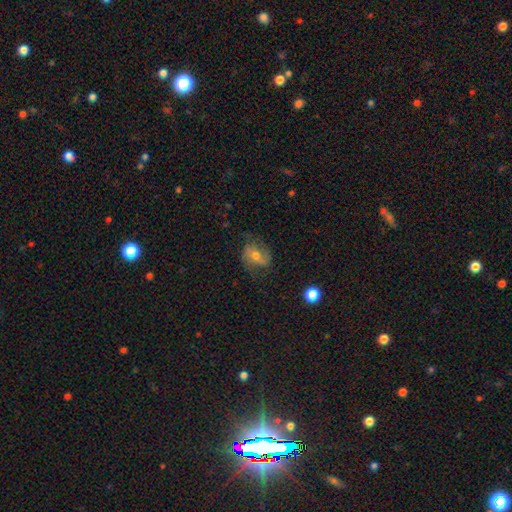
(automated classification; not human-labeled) Smooth or featured?
  - featured or disk: 62% *
  - smooth: 28%
  - star or artifact: 10%
Edge-on disk?
  - no: 96% *
  - yes: 4%
Bar?
  - weak: 39% * (tied)
  - no: 39% * (tied)
  - strong: 22%
Spiral arms?
  - yes: 85% *
  - no: 15%
Bulge size?
  - moderate: 58% *
  - small: 36%
  - large: 3%
  - none: 2%
  - dominant: 1%
Merging?
  - none: 66% *
  - minor disturbance: 21%
  - major disturbance: 12%
  - merger: 1%